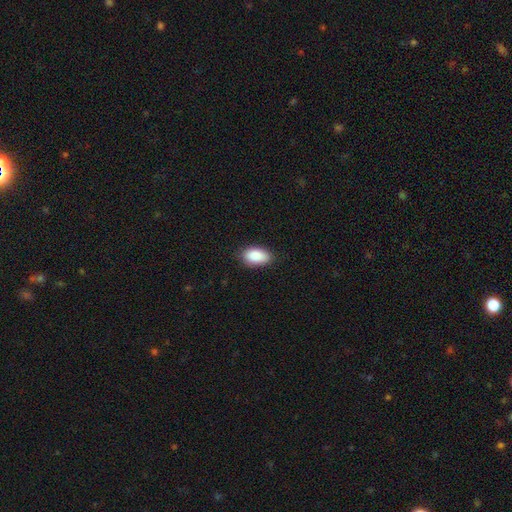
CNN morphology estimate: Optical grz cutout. It shows a smooth galaxy with no disk features (88%) that is in between round and cigar-shaped (93%). Merging: none (84%).